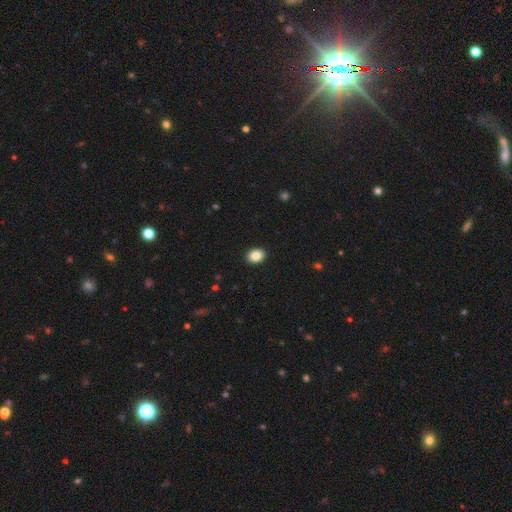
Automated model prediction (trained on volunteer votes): Overall: smooth (87%). How rounded: in between (62%; round 37%). Merging: none (92%).